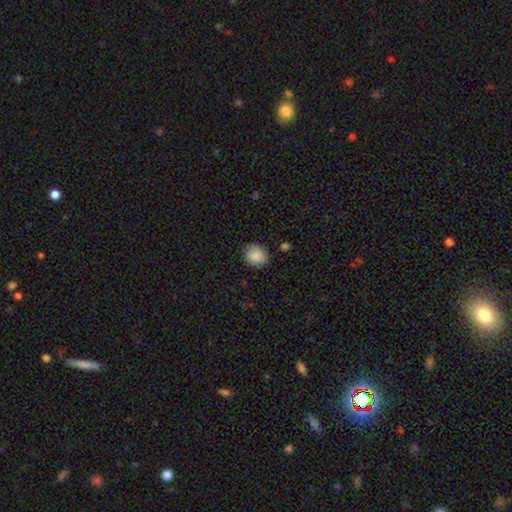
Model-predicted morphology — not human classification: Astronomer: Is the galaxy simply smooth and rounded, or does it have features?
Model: smooth — 88%.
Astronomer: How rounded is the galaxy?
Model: round — 76%.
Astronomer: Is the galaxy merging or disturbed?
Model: none — 84%.